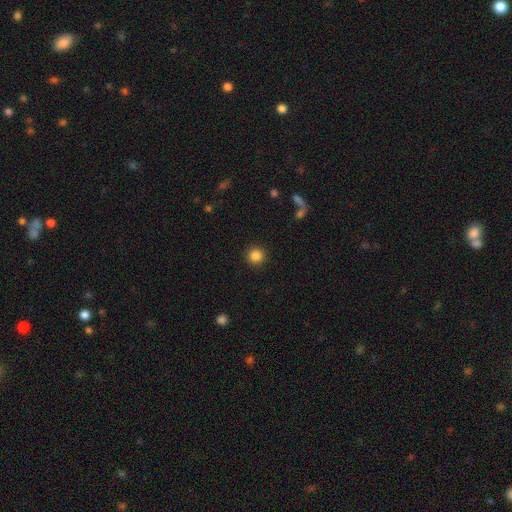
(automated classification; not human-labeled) Smooth or featured?
  - smooth: 86% *
  - star or artifact: 10%
  - featured or disk: 4%
How rounded?
  - round: 95% *
  - in between: 4%
  - cigar-shaped: 1%
Merging?
  - none: 92% *
  - minor disturbance: 5%
  - major disturbance: 2%
  - merger: 1%